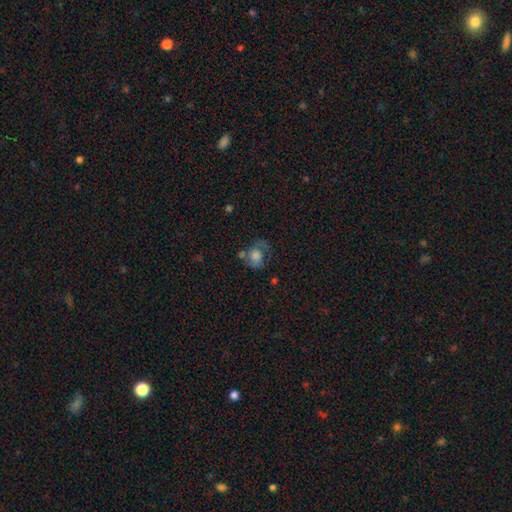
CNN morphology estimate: A smooth galaxy with no disk features (51%) that is round (58%). Merging: none (39%).